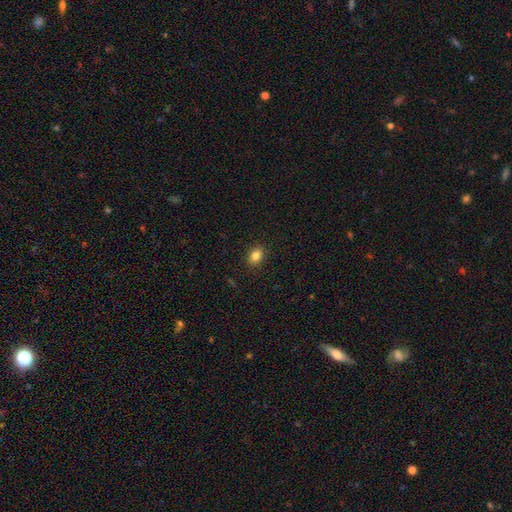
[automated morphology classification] A smooth galaxy with no disk features (84%) that is in between round and cigar-shaped (57%).

Vote fractions:
- Smooth or featured? smooth: 84% / star or artifact: 11% / featured or disk: 5%
- How rounded? in between: 57% / round: 42% / cigar-shaped: 1%
- Merging? none: 89% / minor disturbance: 8% / major disturbance: 2% / merger: 1%